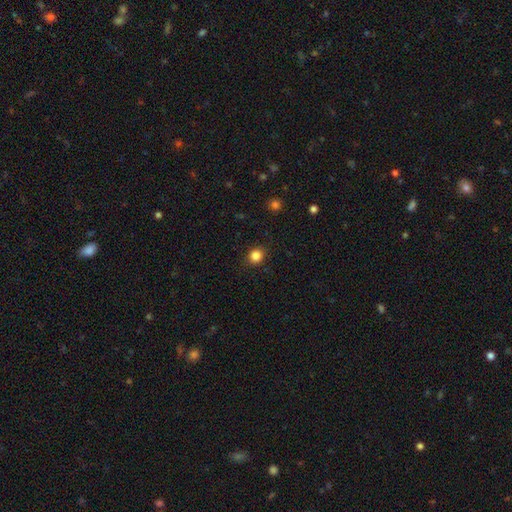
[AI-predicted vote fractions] smooth_or_featured: smooth (p=0.85) [alt: star or artifact p=0.11]
how_rounded: round (p=0.83) [alt: in between p=0.16]
merging: none (p=0.89) [alt: minor disturbance p=0.08]